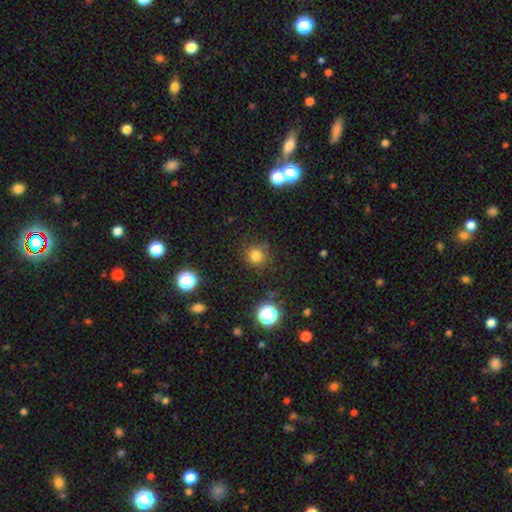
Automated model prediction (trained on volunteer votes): Q: Smooth or featured?
A: smooth (78%); runner-up: star or artifact (17%)
Q: How rounded?
A: round (93%); runner-up: in between (6%)
Q: Merging?
A: none (87%); runner-up: minor disturbance (9%)